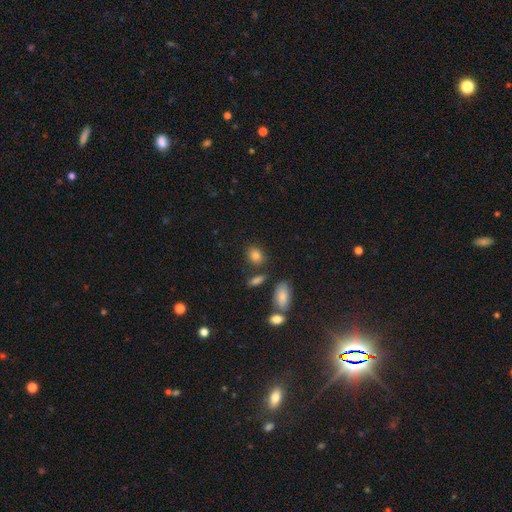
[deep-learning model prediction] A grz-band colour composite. It shows a smooth galaxy with no disk features (83%) that is in between round and cigar-shaped (60%). Merging: none (75%).